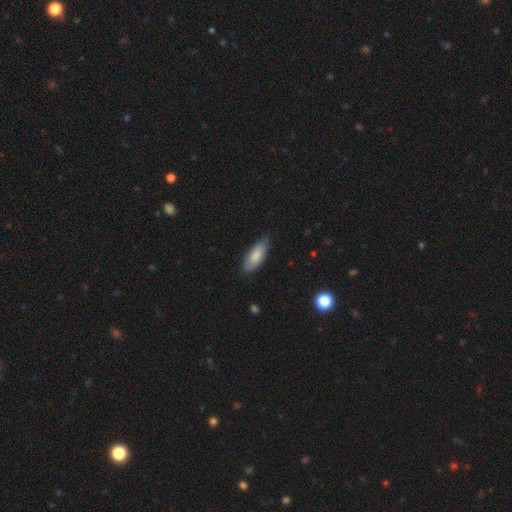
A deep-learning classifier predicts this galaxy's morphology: type=smooth (83%); roundness=in between (75%); merging=none (77%).